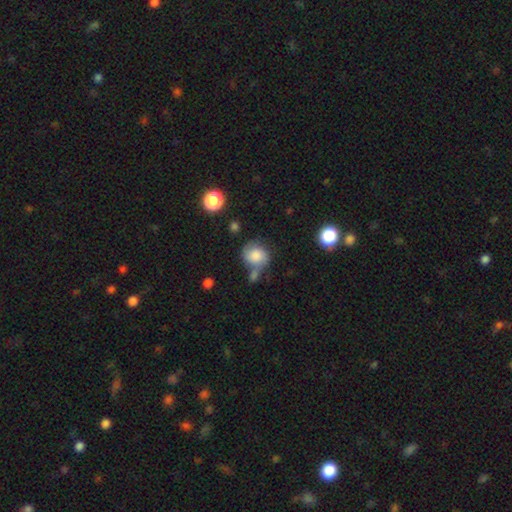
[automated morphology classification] type=smooth (71%); roundness=round (75%); merging=none (48%).